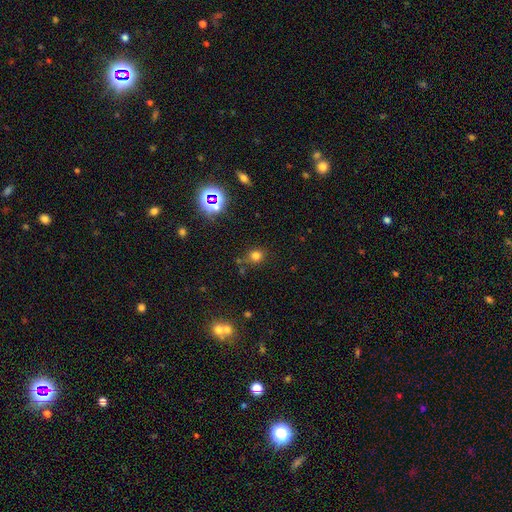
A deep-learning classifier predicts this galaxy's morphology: This appears to be a smooth galaxy with no disk features (72%) that is round (81%). Merging: none (75%).